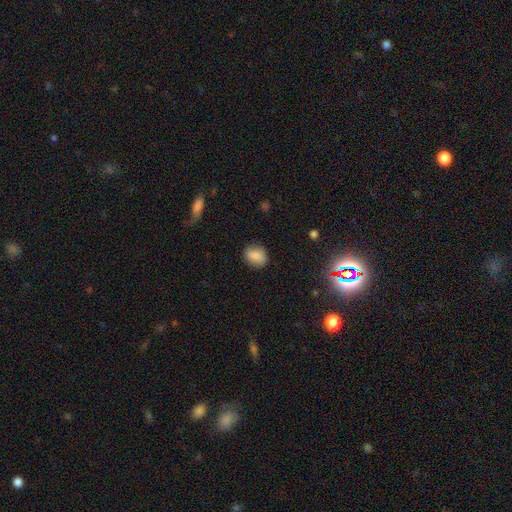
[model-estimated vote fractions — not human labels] A smooth galaxy with no disk features (85%) that is in between round and cigar-shaped (56%). Merging: none (81%).